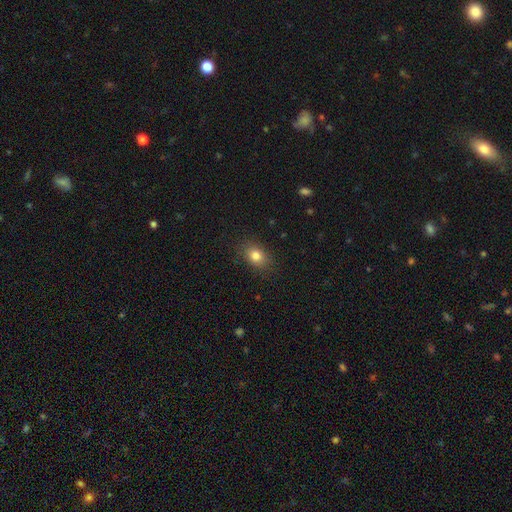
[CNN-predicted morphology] type=smooth (81%); roundness=in between (67%); merging=none (86%).